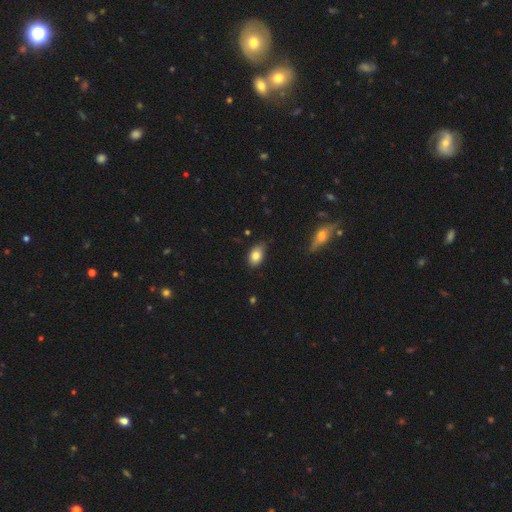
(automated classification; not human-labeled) Smooth or featured? Predicted: smooth (p=0.81). How rounded? Predicted: in between (p=0.87). Merging? Predicted: none (p=0.73).